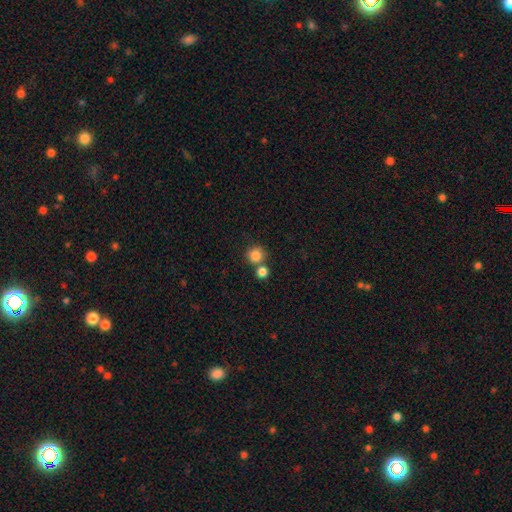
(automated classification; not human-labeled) Smooth or featured? smooth (84%)
How rounded? round (92%)
Merging? none (62%)